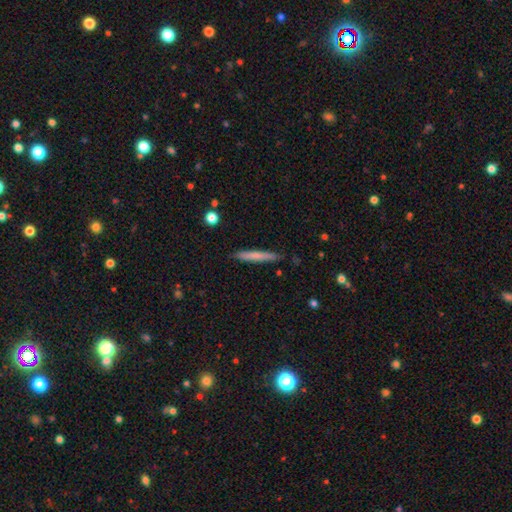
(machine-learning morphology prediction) Smooth or featured?
  - smooth: 70% *
  - featured or disk: 25%
  - star or artifact: 6%
How rounded?
  - cigar-shaped: 96% *
  - in between: 3%
  - round: 1%
Merging?
  - none: 88% *
  - minor disturbance: 9%
  - major disturbance: 2%
  - merger: 1%